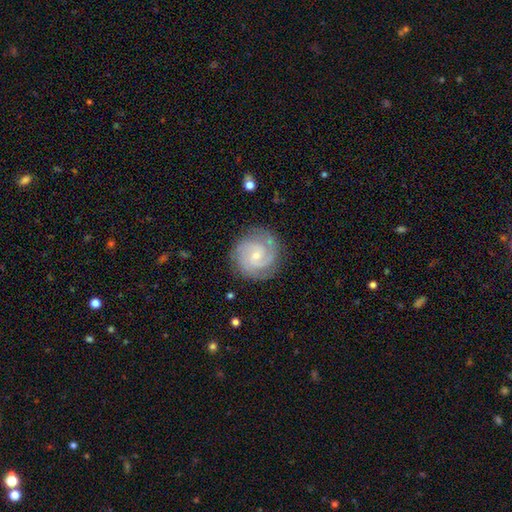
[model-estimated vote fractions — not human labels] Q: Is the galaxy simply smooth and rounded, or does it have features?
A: featured or disk — 87%.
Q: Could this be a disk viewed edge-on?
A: no — 98%.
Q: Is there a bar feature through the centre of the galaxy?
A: no — 56%.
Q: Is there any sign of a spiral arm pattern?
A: yes — 98%.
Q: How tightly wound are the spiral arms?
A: tight — 62%.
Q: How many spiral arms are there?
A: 2 — 44%.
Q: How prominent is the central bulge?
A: small — 75%.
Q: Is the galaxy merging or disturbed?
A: none — 82%.